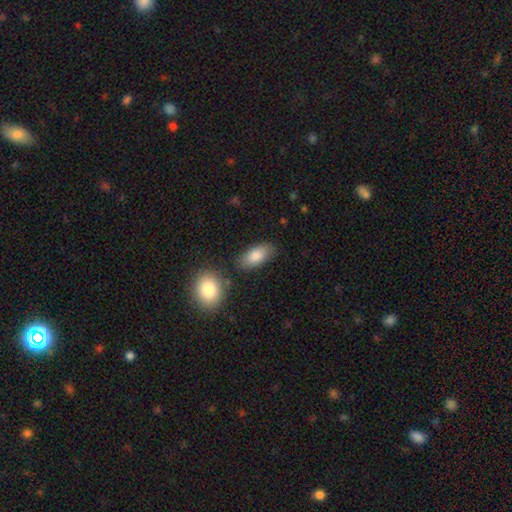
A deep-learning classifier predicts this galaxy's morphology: The model was most divided on "merging": none: 77%, minor disturbance: 13%, merger: 6%, major disturbance: 4%. More confident: how rounded — in between (91%); smooth or featured — smooth (85%).